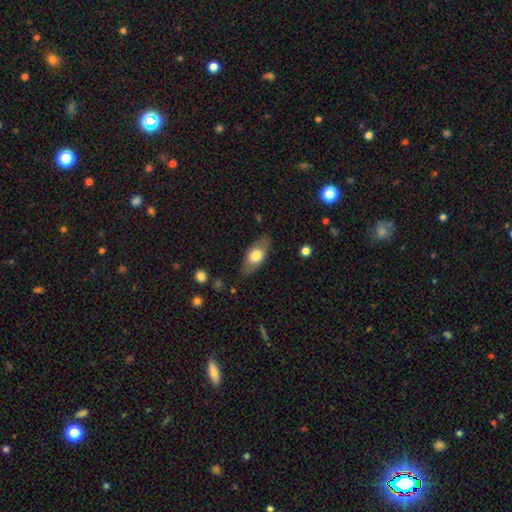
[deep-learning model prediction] Q: Smooth or featured?
A: smooth (64%); runner-up: featured or disk (31%)
Q: How rounded?
A: in between (84%); runner-up: cigar-shaped (10%)
Q: Merging?
A: none (81%); runner-up: minor disturbance (13%)